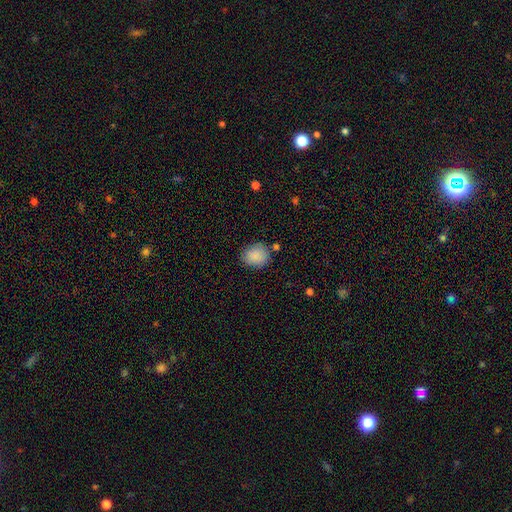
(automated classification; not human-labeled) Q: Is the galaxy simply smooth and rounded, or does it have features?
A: smooth — 88%.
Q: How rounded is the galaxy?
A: round — 60%.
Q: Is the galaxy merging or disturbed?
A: none — 77%.